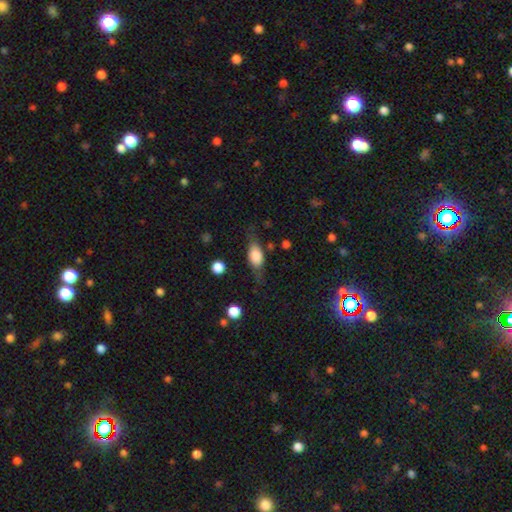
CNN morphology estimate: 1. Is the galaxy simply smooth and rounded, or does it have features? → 66% smooth, 26% featured or disk, 8% star or artifact.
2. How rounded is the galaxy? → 76% in between, 17% cigar-shaped, 7% round.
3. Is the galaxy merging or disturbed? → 66% none, 22% minor disturbance, 9% major disturbance, 2% merger.